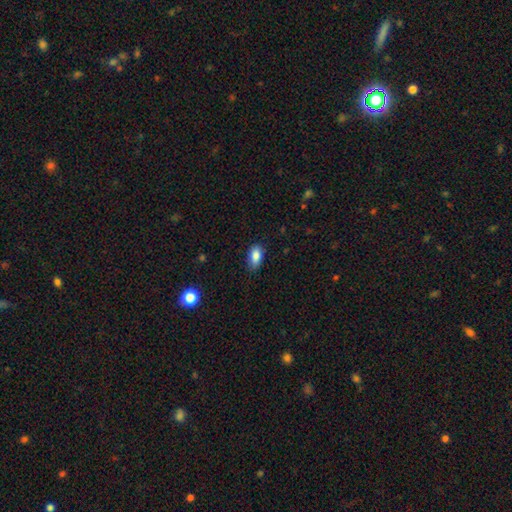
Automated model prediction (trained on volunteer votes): A smooth galaxy with no disk features (87%) that is in between round and cigar-shaped (90%). Merging: none (80%).